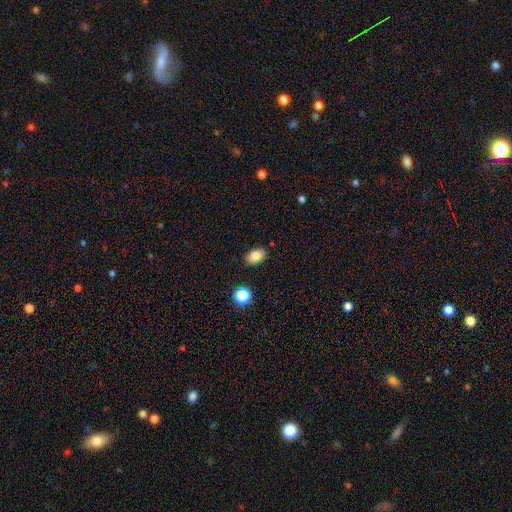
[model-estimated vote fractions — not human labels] This is clearly a smooth galaxy (82%). How rounded: clearly in between (84%). Merging: clearly none (85%).